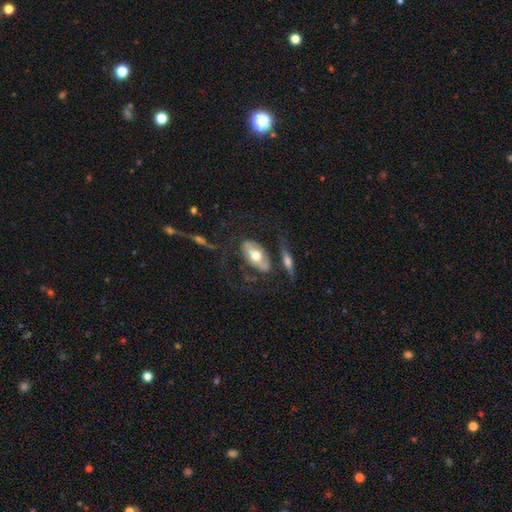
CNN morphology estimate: Overall: featured or disk (53%; smooth 42%). Edge-on disk: no (77%). Merging: none (51%; major disturbance 17%).